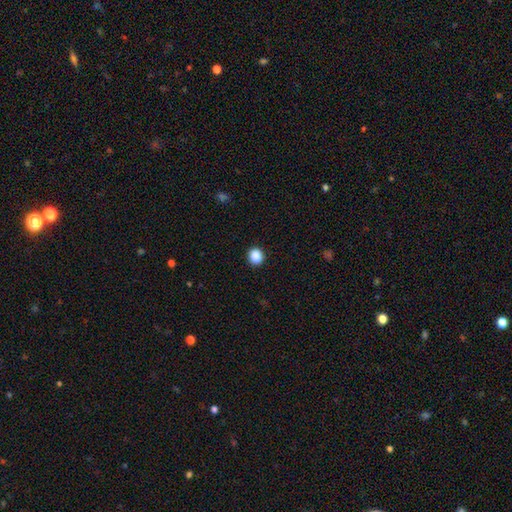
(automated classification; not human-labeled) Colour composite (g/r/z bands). It shows a smooth galaxy with no disk features (89%) that is round (82%). Merging: none (92%).